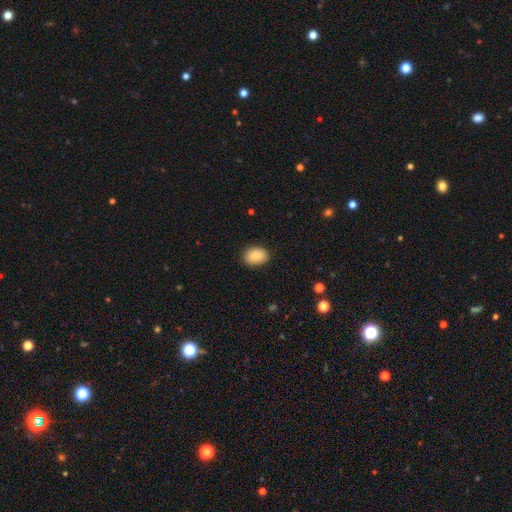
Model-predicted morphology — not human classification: Overall: smooth (88%). How rounded: in between (80%). Merging: none (87%).